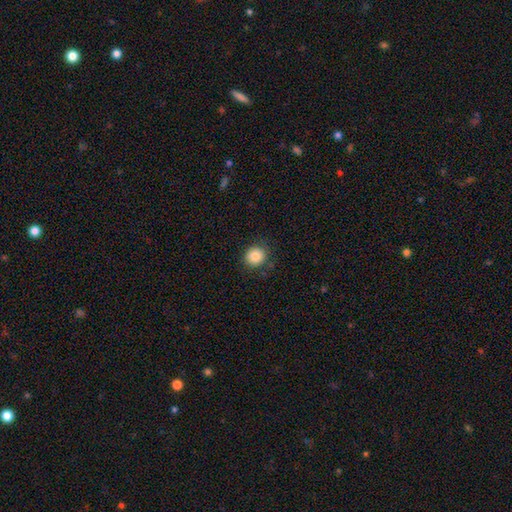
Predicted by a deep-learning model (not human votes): Overall: smooth (86%). How rounded: round (89%). Merging: none (87%).